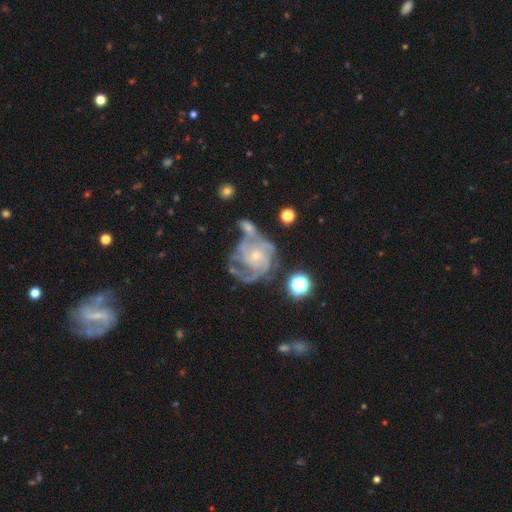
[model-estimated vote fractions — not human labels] This appears to be a featured or disk galaxy (86%) with no bar (76%), 3 (34%) tight (55%) spiral arms (95%) and a small central bulge (73%). Merging: none (40%).